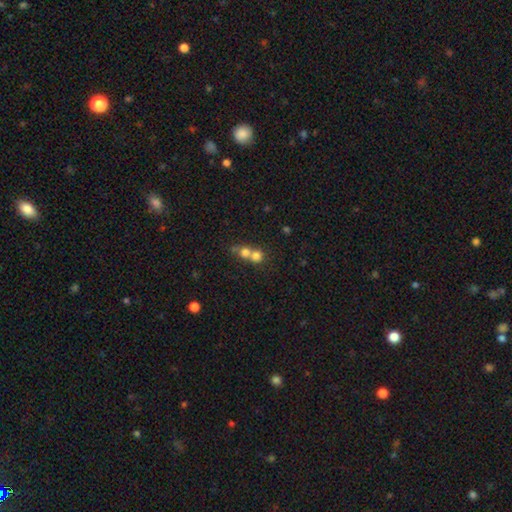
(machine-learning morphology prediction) smooth-or-featured: smooth: 73% | featured or disk: 14% | star or artifact: 12%
  how-rounded: round: 81% | in between: 18% | cigar-shaped: 1%
  merging: merger: 65% | none: 28% | minor disturbance: 4% | major disturbance: 3%